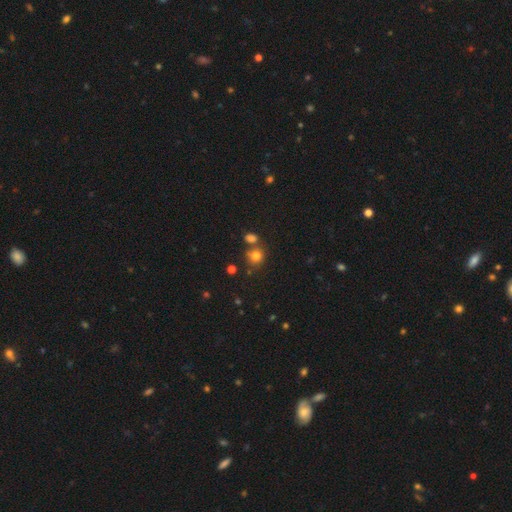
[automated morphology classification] This is likely a smooth galaxy (79%). How rounded: clearly round (82%). Merging: likely none (64%).